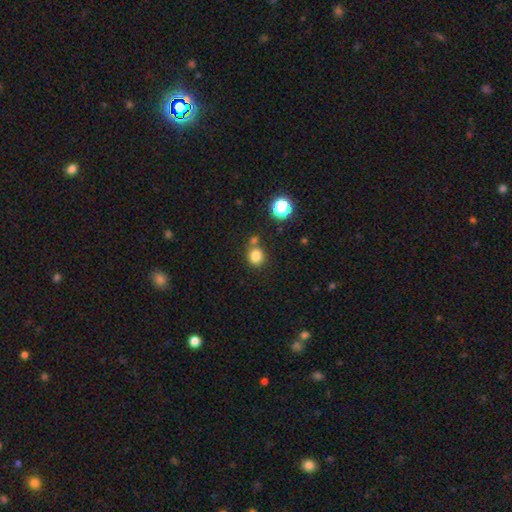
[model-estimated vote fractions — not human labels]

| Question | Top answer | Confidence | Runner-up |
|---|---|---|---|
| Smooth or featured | smooth | 81% | star or artifact (13%) |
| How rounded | round | 84% | in between (15%) |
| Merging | none | 70% | merger (17%) |